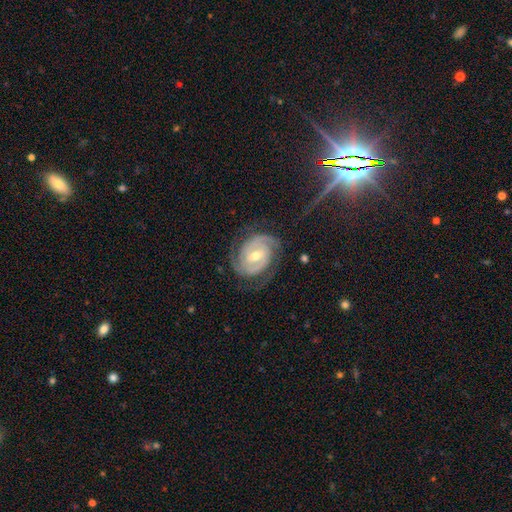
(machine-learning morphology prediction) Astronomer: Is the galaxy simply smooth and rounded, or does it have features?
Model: featured or disk — 90%.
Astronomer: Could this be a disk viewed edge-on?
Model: no — 97%.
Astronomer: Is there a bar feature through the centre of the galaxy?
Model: weak — 47% (runner-up: no, 34%).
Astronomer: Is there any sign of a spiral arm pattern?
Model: yes — 98%.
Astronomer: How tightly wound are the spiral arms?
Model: tight — 62%.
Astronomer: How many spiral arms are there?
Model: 2 — 70%.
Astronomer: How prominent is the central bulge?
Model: moderate — 58% (runner-up: small, 38%).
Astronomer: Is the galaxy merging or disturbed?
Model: none — 76%.